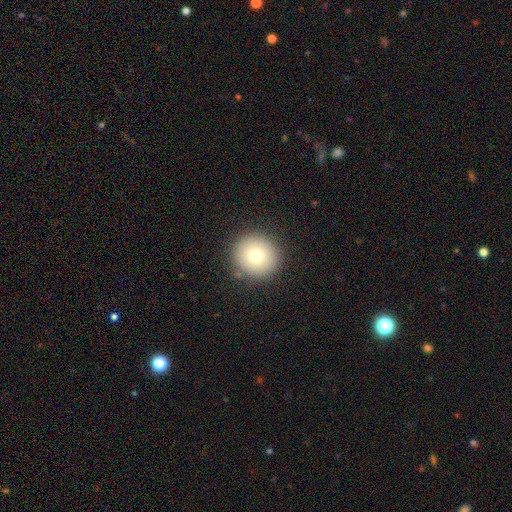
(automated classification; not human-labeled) Q: Smooth or featured?
A: smooth (76%); runner-up: featured or disk (12%)
Q: How rounded?
A: round (94%); runner-up: in between (5%)
Q: Merging?
A: none (89%); runner-up: minor disturbance (7%)